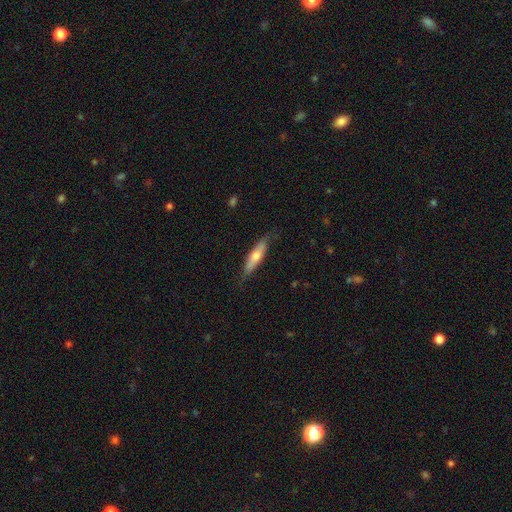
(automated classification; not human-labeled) Smooth or featured: smooth — 55% (featured or disk — 39%)
How rounded: cigar-shaped — 75% (in between — 23%)
Merging: none — 79% (minor disturbance — 17%)